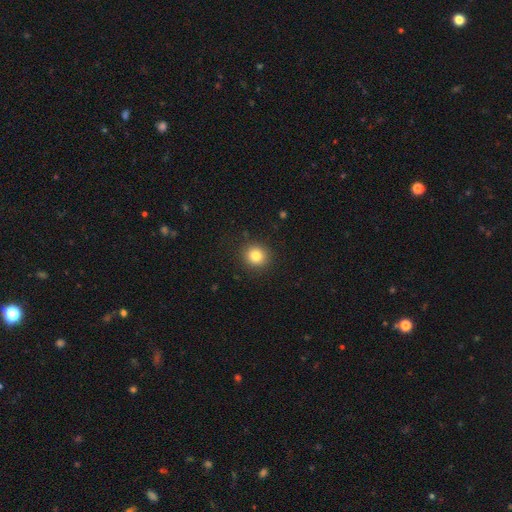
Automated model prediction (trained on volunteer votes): Smooth or featured: smooth — 82% (star or artifact — 11%)
How rounded: round — 92% (in between — 7%)
Merging: none — 90% (minor disturbance — 6%)